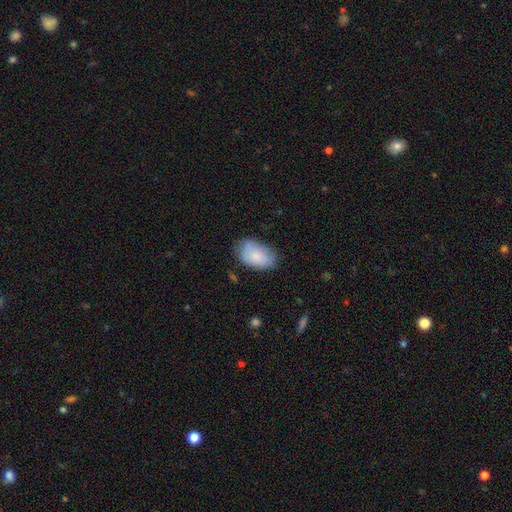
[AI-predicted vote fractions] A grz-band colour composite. It shows a smooth galaxy with no disk features (79%) that is in between round and cigar-shaped (91%). Merging: none (62%).